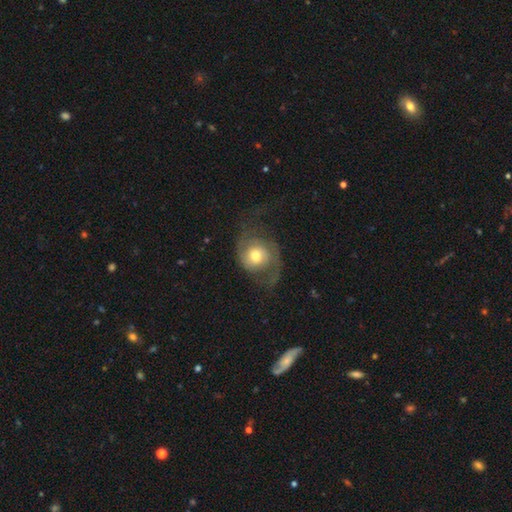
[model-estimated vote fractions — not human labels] Morphology: type=featured or disk (62%); edge-on=no (96%); bar=no (75%); spiral arms=yes (84%); bulge=moderate (65%); merging=none (47%).